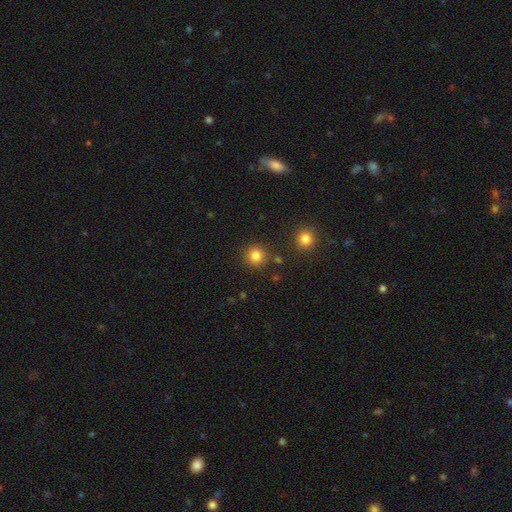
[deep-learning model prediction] Morphology: type=smooth (83%); roundness=round (93%); merging=none (86%).